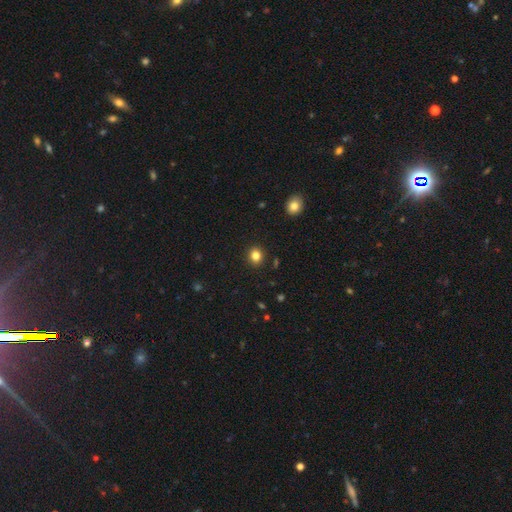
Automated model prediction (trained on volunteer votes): Smooth or featured? smooth (82%)
How rounded? round (82%)
Merging? none (91%)